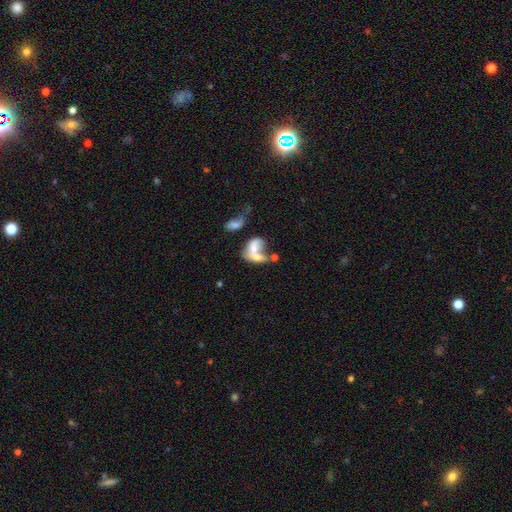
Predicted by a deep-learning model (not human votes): Overall: smooth (53%; featured or disk 37%). How rounded: in between (77%). Merging: merger (68%).